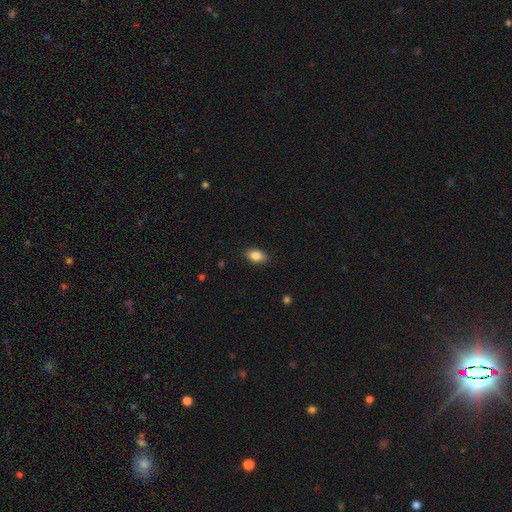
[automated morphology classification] A smooth galaxy with no disk features (85%) that is in between round and cigar-shaped (86%). Merging: none (88%).